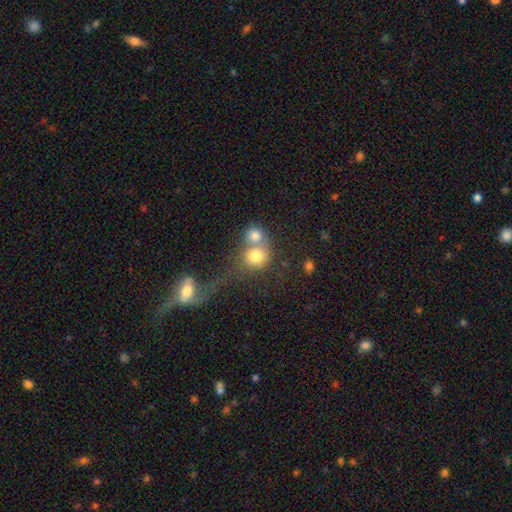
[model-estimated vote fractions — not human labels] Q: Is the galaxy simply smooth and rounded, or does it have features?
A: smooth — 73%.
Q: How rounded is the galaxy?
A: round — 78%.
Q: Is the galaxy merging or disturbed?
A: merger — 64%.